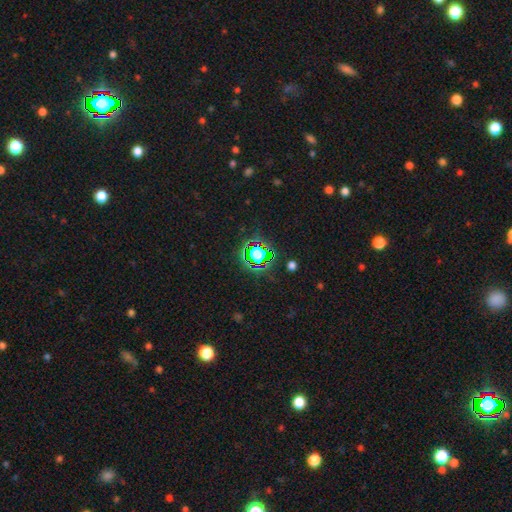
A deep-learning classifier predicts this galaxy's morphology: smooth_or_featured: star or artifact (p=0.65) [alt: smooth p=0.24]